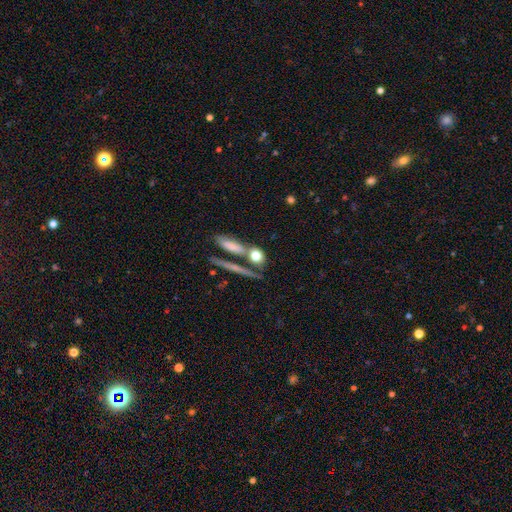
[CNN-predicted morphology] This appears to be a smooth galaxy with no disk features (72%) that is round (50%). Merging: none (54%).